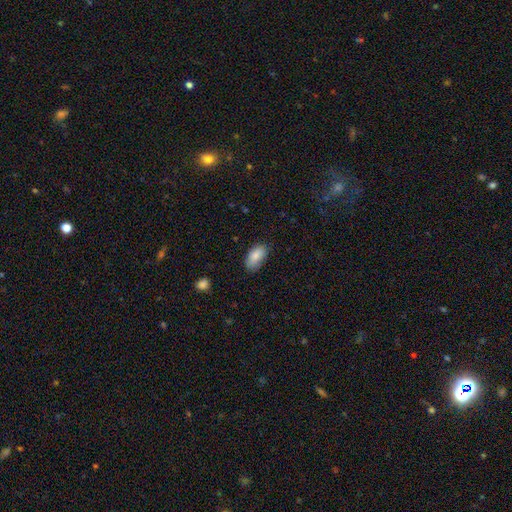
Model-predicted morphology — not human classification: Smooth or featured: smooth — 85% (featured or disk — 7%)
How rounded: in between — 93% (cigar-shaped — 4%)
Merging: none — 74% (minor disturbance — 21%)